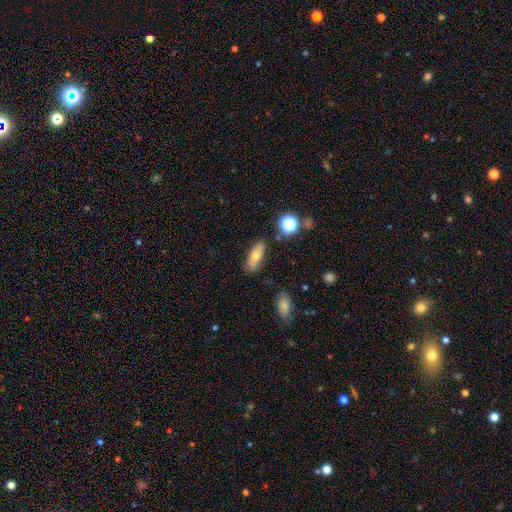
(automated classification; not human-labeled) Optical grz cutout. It shows a smooth galaxy with no disk features (64%) that is in between round and cigar-shaped (69%). Merging: none (80%).